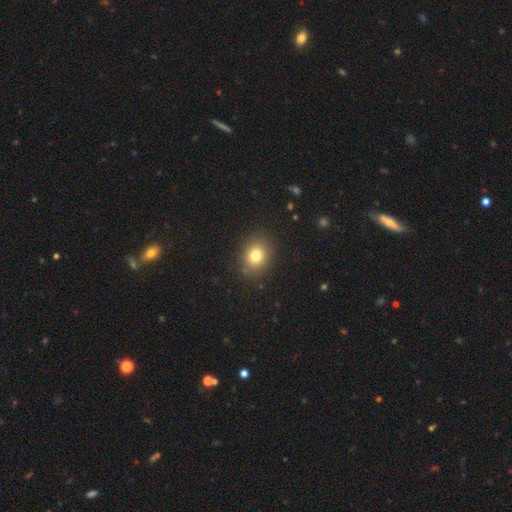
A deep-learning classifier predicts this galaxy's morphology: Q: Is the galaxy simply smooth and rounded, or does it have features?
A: smooth — 78%.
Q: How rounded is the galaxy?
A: round — 65%.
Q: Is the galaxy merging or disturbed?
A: none — 87%.